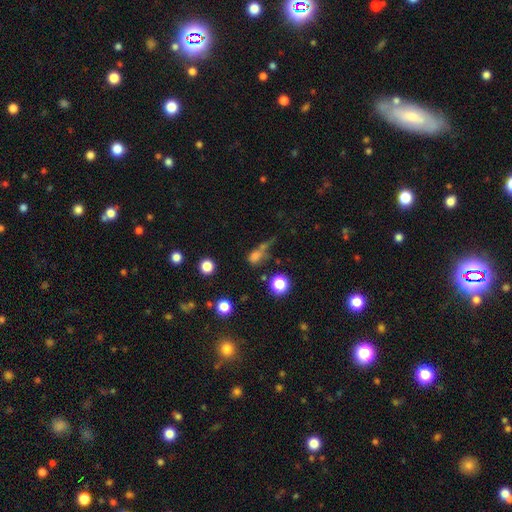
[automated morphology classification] Smooth or featured? Predicted: smooth (p=0.67). How rounded? Predicted: in between (p=0.48). Merging? Predicted: none (p=0.43).